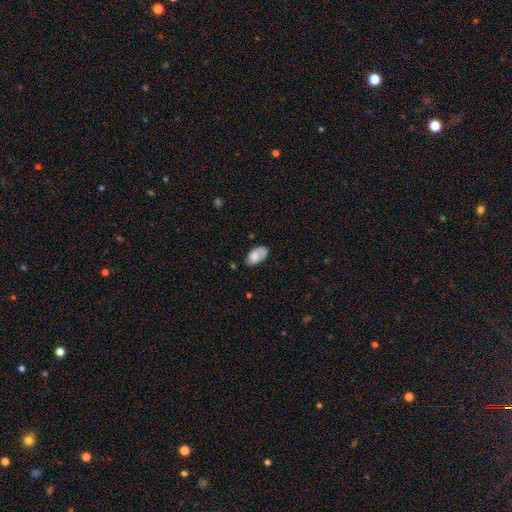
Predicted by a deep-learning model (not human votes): The model was most divided on "merging": none: 63%, minor disturbance: 26%, major disturbance: 7%, merger: 3%. More confident: how rounded — in between (94%); smooth or featured — smooth (75%).